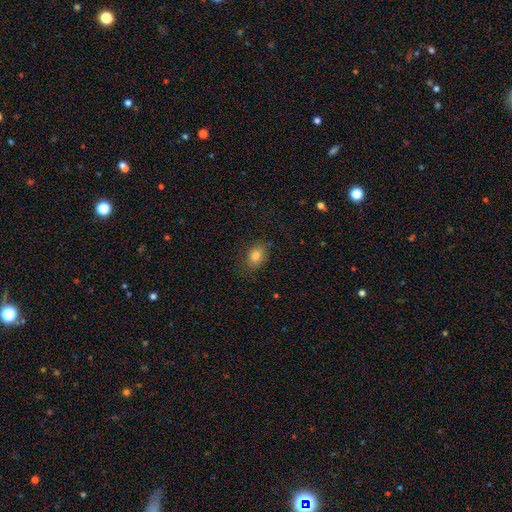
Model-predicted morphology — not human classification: The model was most divided on "how rounded": in between: 66%, round: 32%, cigar-shaped: 1%. More confident: smooth or featured — smooth (81%); merging — none (76%).